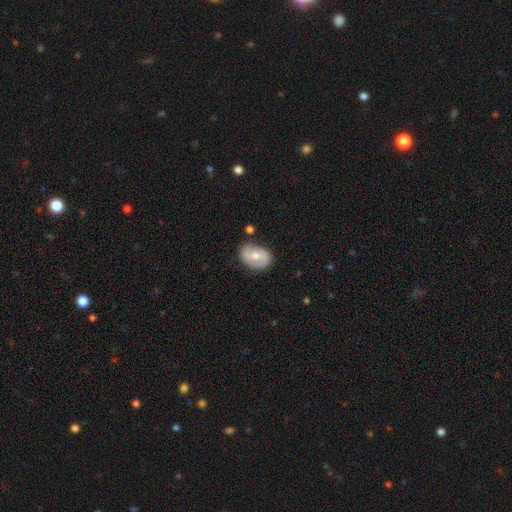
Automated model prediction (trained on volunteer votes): Overall: featured or disk (50%; smooth 43%). Edge-on disk: no (96%). Merging: none (73%).